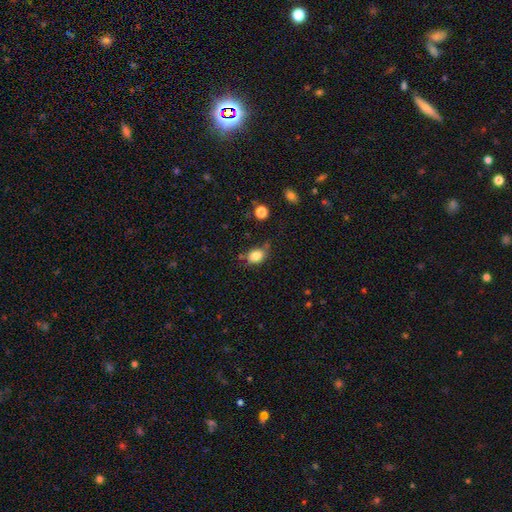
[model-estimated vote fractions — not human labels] Smooth or featured?
  - smooth: 82% *
  - star or artifact: 10%
  - featured or disk: 8%
How rounded?
  - in between: 63% *
  - round: 35%
  - cigar-shaped: 1%
Merging?
  - none: 60% *
  - minor disturbance: 27%
  - major disturbance: 7%
  - merger: 6%